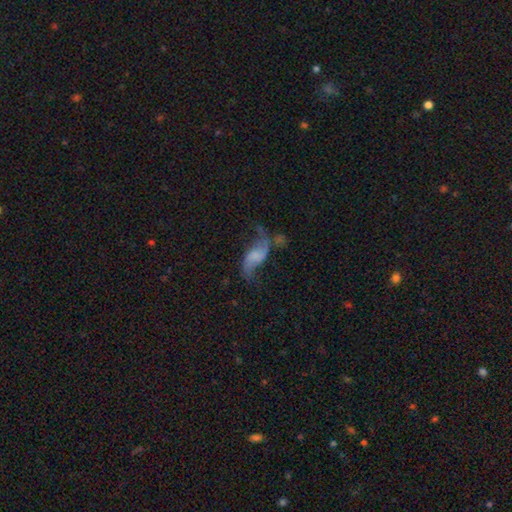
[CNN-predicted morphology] type=featured or disk (76%); edge-on=no (95%); bar=no (46%); spiral arms=yes (90%); winding=loose (88%); arm count=2 (90%); bulge=none (51%); merging=none (51%).